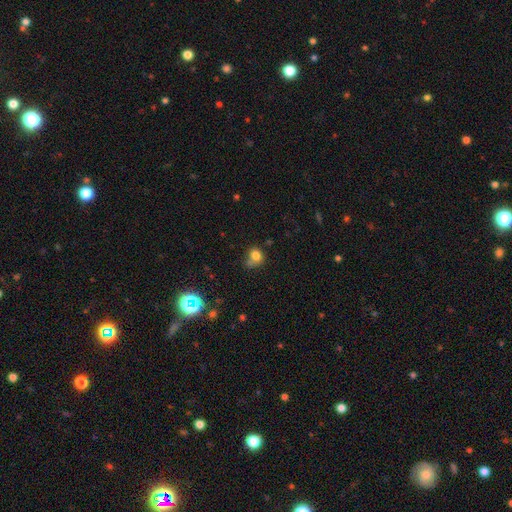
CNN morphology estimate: type=smooth (77%); roundness=round (72%); merging=none (48%).